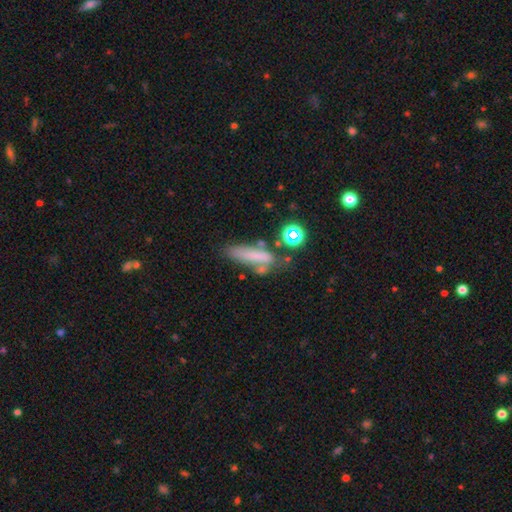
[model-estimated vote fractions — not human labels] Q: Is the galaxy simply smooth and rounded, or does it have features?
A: smooth — 64%.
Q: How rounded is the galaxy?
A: cigar-shaped — 66%.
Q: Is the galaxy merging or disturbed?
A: none — 50%.